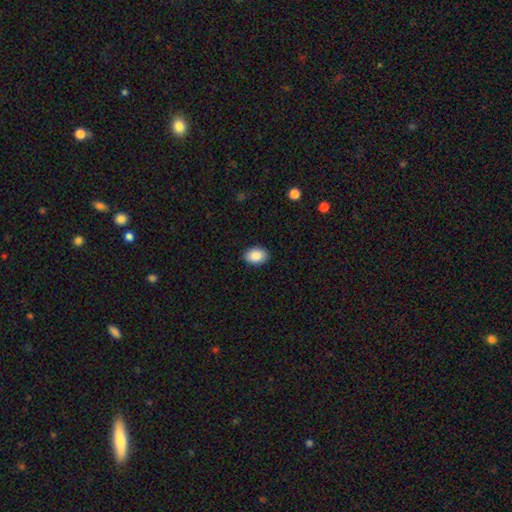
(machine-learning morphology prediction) smooth-or-featured: smooth: 89% | star or artifact: 7% | featured or disk: 4%
  how-rounded: in between: 79% | round: 20% | cigar-shaped: 1%
  merging: none: 89% | minor disturbance: 8% | major disturbance: 2% | merger: 1%